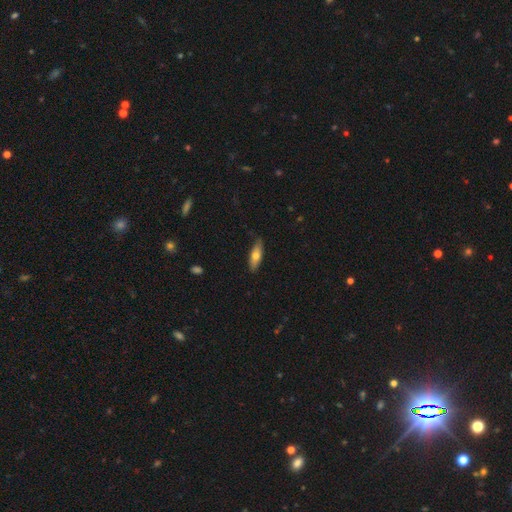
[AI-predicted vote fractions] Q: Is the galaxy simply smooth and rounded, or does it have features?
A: smooth — 65%.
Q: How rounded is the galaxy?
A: in between — 50%.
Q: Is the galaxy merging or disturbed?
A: none — 84%.